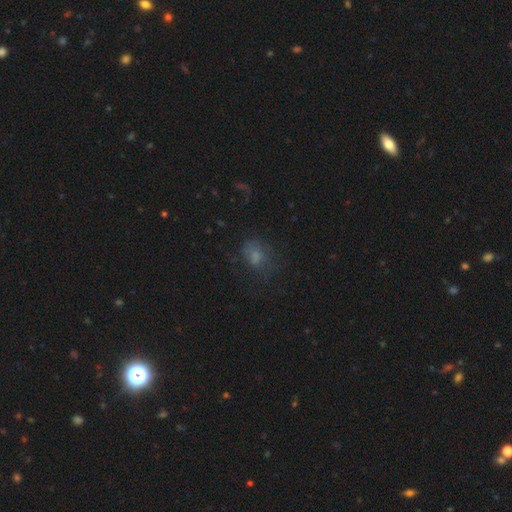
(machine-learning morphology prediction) Smooth or featured? smooth (63%)
How rounded? in between (61%)
Merging? none (53%)